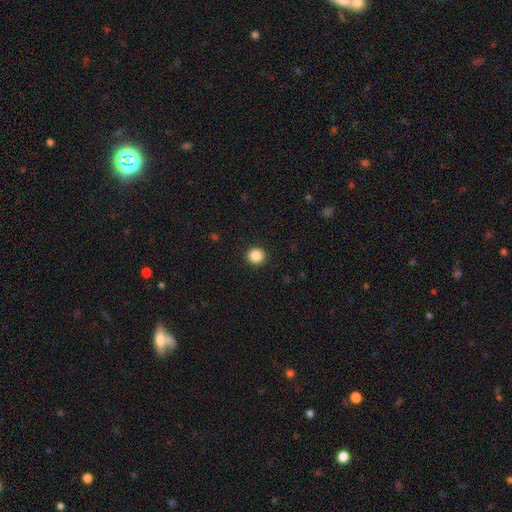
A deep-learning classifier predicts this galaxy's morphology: A smooth galaxy with no disk features (87%) that is round (90%).

Vote fractions:
- Smooth or featured? smooth: 87% / star or artifact: 10% / featured or disk: 3%
- How rounded? round: 90% / in between: 9% / cigar-shaped: 1%
- Merging? none: 92% / minor disturbance: 5% / major disturbance: 2% / merger: 1%